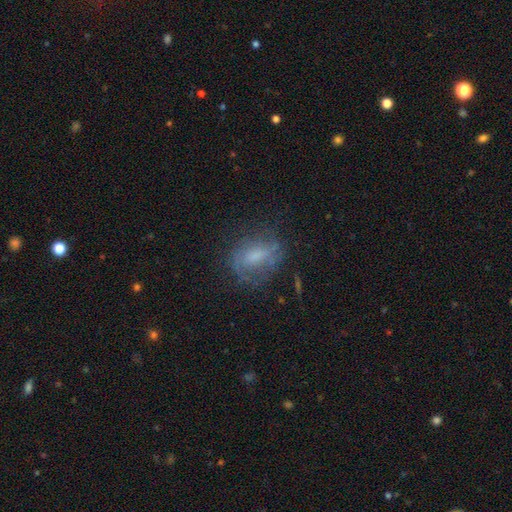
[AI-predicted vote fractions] Smooth or featured: featured or disk — 47% (smooth — 42%)
Merging: none — 55% (minor disturbance — 24%)